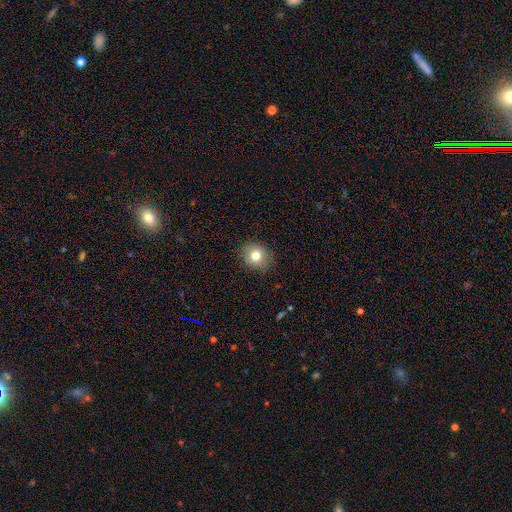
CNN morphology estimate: smooth_or_featured: smooth (p=0.77) [alt: star or artifact p=0.12]
how_rounded: round (p=0.78) [alt: in between p=0.21]
merging: none (p=0.84) [alt: minor disturbance p=0.12]